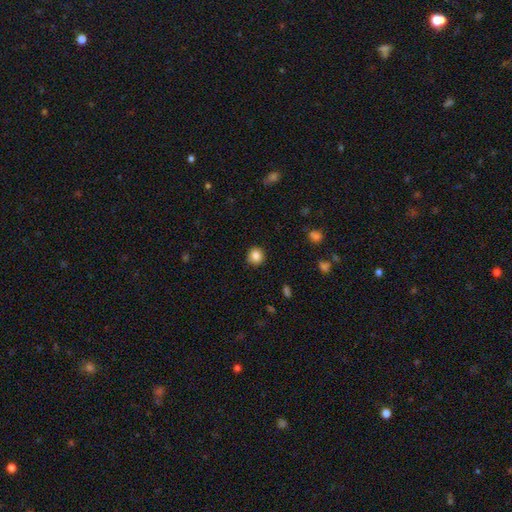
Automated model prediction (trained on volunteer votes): A smooth galaxy with no disk features (86%) that is round (91%). Merging: none (89%).